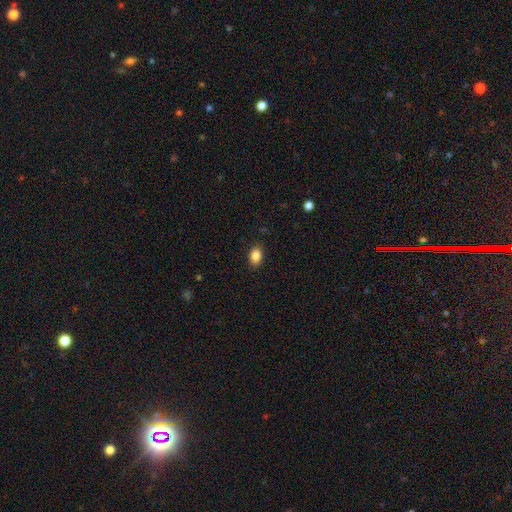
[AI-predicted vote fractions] smooth_or_featured: smooth (p=0.87) [alt: star or artifact p=0.08]
how_rounded: in between (p=0.83) [alt: round p=0.15]
merging: none (p=0.88) [alt: minor disturbance p=0.09]